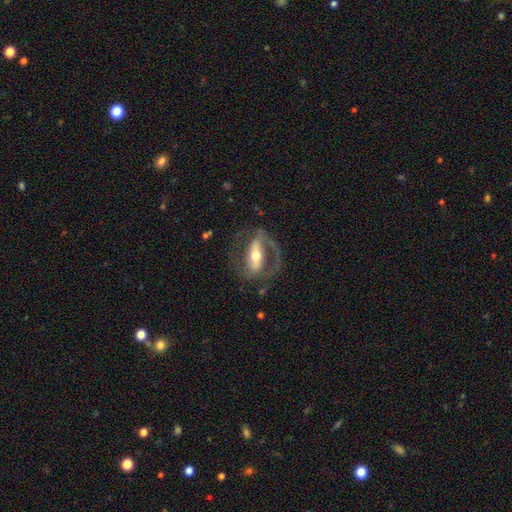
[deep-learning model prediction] Smooth or featured?
  - featured or disk: 79% *
  - smooth: 16%
  - star or artifact: 5%
Edge-on disk?
  - no: 88% *
  - yes: 12%
Bar?
  - strong: 62% *
  - weak: 23%
  - no: 15%
Spiral arms?
  - yes: 78% *
  - no: 22%
Spiral winding?
  - medium: 48% *
  - tight: 28%
  - loose: 24%
Spiral arm count?
  - 2: 71% *
  - 1: 19%
  - can't tell: 8%
  - 3: 1%
  - 4: 1%
  - more than 4: 1%
Bulge size?
  - moderate: 67% *
  - small: 21%
  - large: 10%
  - dominant: 1%
  - none: 1%
Merging?
  - none: 62% *
  - major disturbance: 20%
  - minor disturbance: 16%
  - merger: 2%